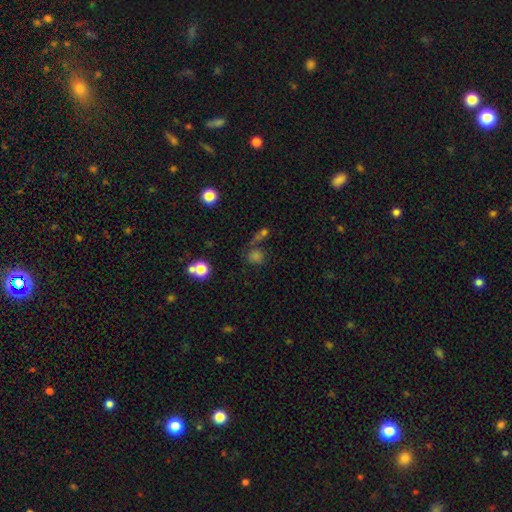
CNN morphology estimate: Overall: smooth (58%; star or artifact 31%). How rounded: round (84%). Merging: none (58%; merger 21%).